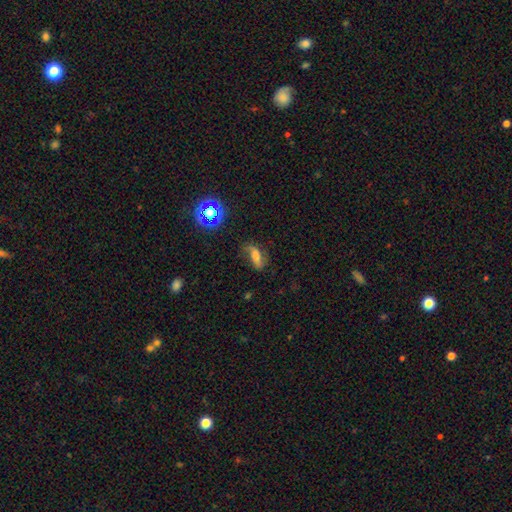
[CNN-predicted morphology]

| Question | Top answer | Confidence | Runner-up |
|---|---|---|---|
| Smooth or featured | smooth | 53% | featured or disk (31%) |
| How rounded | in between | 69% | cigar-shaped (24%) |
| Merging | none | 53% | minor disturbance (27%) |